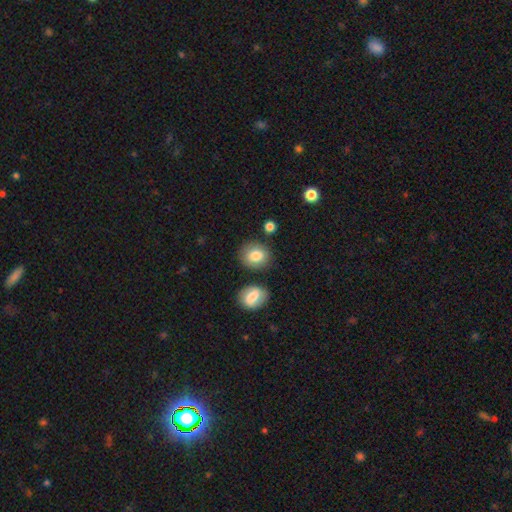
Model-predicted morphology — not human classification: This is clearly a smooth galaxy (82%). How rounded: likely round (64%). Merging: likely none (77%).